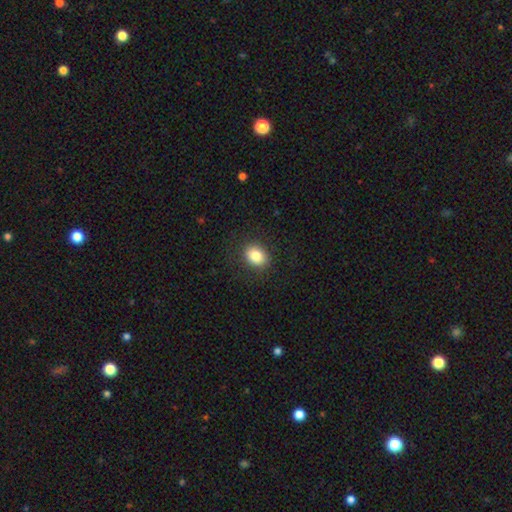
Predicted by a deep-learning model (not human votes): Morphology: type=smooth (84%); roundness=round (50%); merging=none (87%).